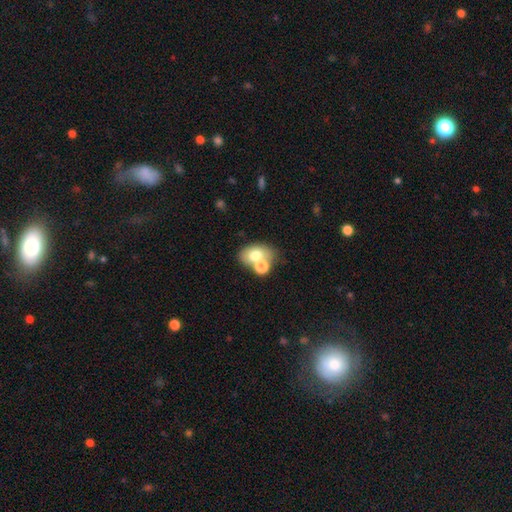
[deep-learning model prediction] smooth 69%, featured or disk 21%, star or artifact 10%. Down the decision tree: how rounded — in between (73%); merging — none (46%).